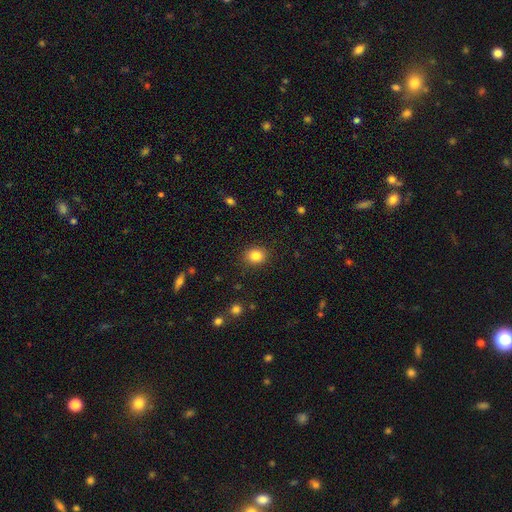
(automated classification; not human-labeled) This is clearly a smooth galaxy (85%). How rounded: likely round (64%). Merging: clearly none (88%).